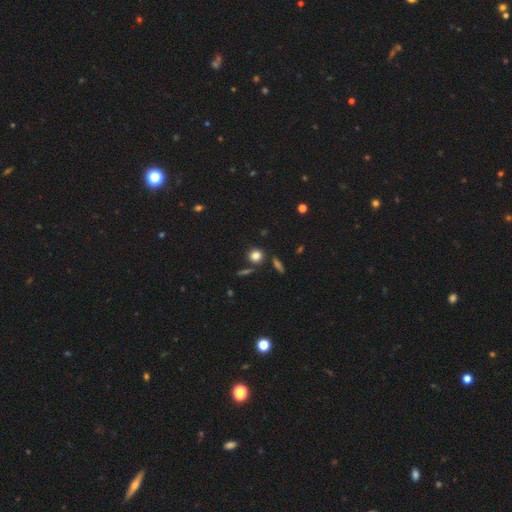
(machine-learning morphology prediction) This appears to be a smooth galaxy with no disk features (81%) that is round (84%). Merging: none (79%).